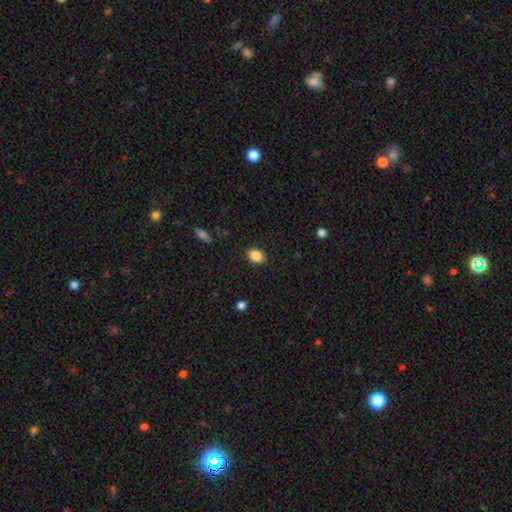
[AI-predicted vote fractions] This is clearly a smooth galaxy (87%). How rounded: likely in between (62%). Merging: clearly none (89%).